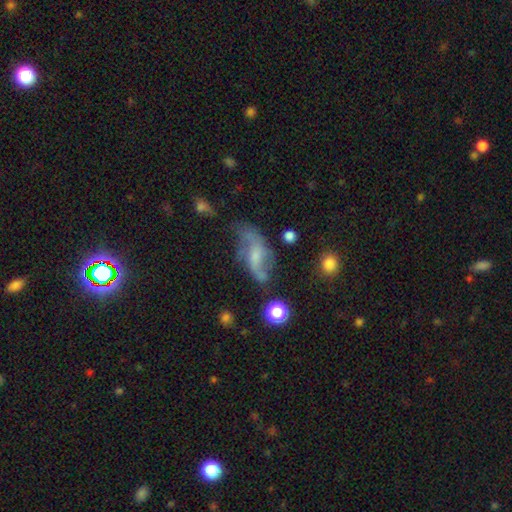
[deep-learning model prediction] Smooth or featured? featured or disk (63%)
Edge-on disk? no (92%)
Bar? no (49%)
Spiral arms? yes (80%)
Bulge size? small (45%)
Merging? none (40%)